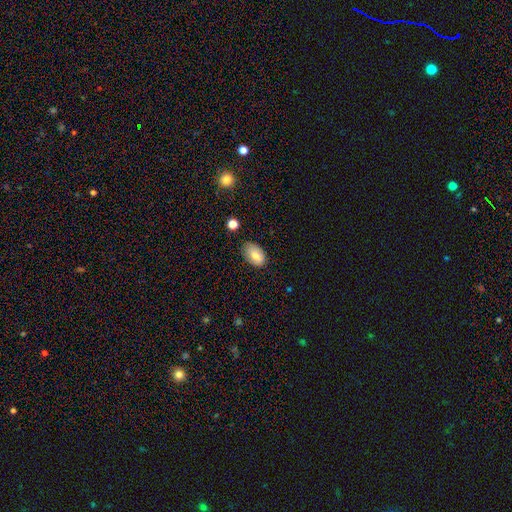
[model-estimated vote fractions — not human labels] The model was most divided on "merging": none: 75%, minor disturbance: 20%, major disturbance: 4%, merger: 2%. More confident: how rounded — in between (91%); smooth or featured — smooth (77%).